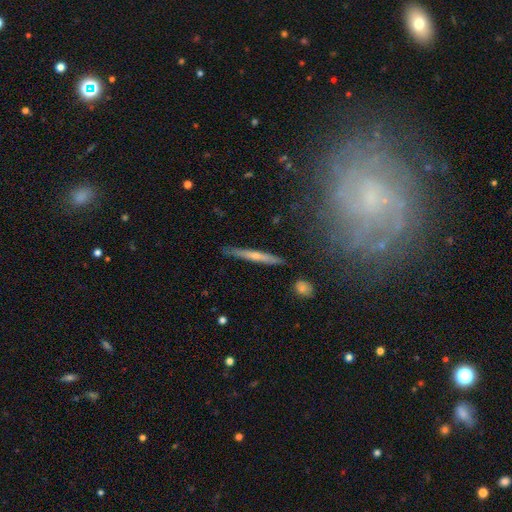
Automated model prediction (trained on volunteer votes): Overall: featured or disk (60%; smooth 33%). Edge-on disk: yes (94%). Edge-on bulge: rounded (59%; none 37%). Merging: none (86%).